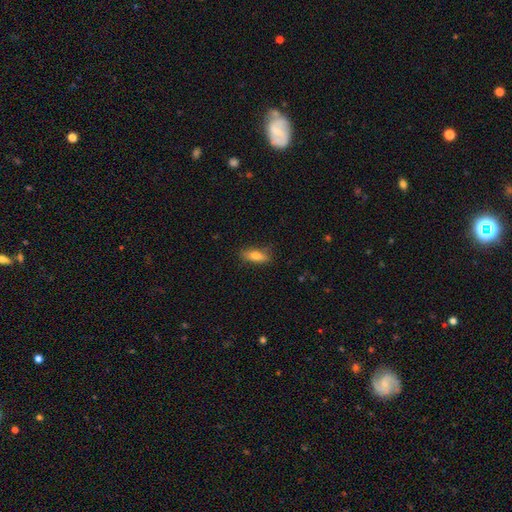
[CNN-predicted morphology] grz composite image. It shows a smooth galaxy with no disk features (75%) that is in between round and cigar-shaped (63%). Merging: none (80%).